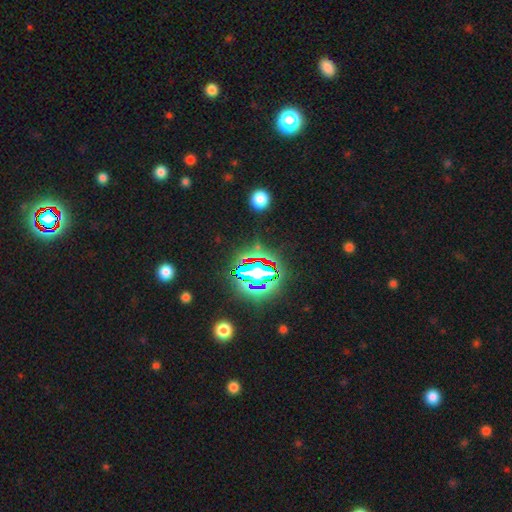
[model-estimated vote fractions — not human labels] Smooth or featured? Predicted: star or artifact (p=0.71).